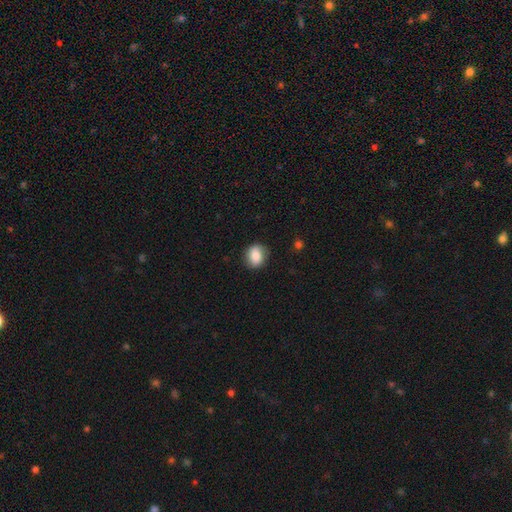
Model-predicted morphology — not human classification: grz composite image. It shows a smooth galaxy with no disk features (81%) that is round (57%). Merging: none (82%).